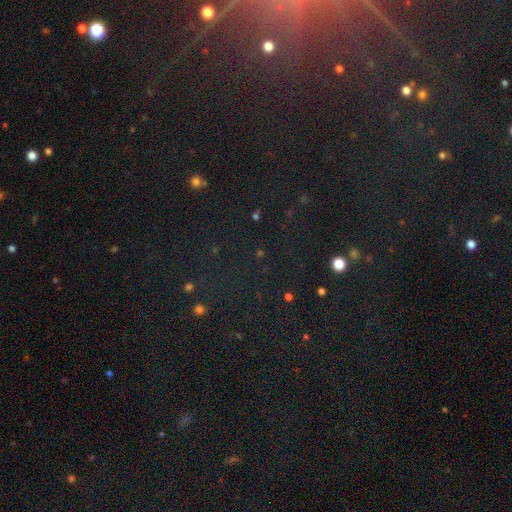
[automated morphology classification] This appears to be a star or artifact, not a galaxy (78%).